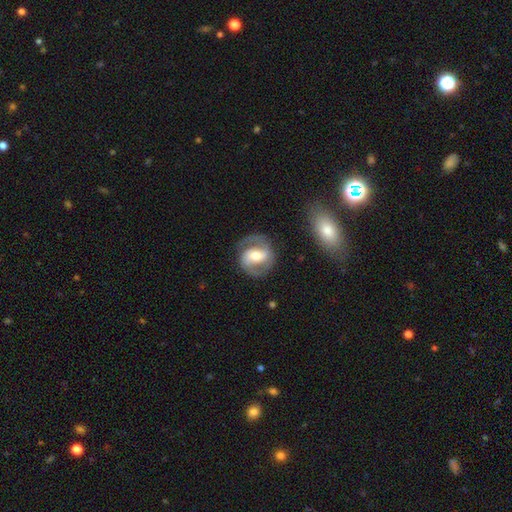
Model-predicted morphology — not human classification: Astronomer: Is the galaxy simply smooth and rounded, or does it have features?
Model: featured or disk — 77%.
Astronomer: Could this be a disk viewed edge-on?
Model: no — 97%.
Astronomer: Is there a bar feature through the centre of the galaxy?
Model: strong — 40% (runner-up: weak, 38%).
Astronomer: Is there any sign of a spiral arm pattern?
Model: yes — 89%.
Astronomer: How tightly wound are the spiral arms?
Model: medium — 50% (runner-up: tight, 31%).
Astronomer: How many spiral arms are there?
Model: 2 — 88%.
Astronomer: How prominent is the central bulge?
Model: moderate — 65%.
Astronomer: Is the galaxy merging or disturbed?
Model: none — 79%.